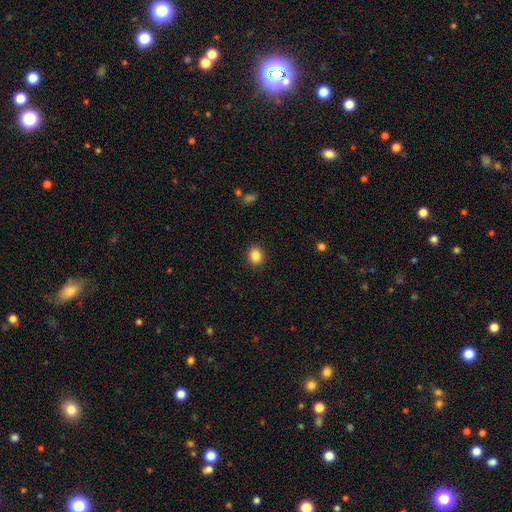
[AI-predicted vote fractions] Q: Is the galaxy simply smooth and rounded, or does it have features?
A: smooth — 86%.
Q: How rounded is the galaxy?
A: round — 68%.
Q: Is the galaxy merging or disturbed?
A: none — 90%.